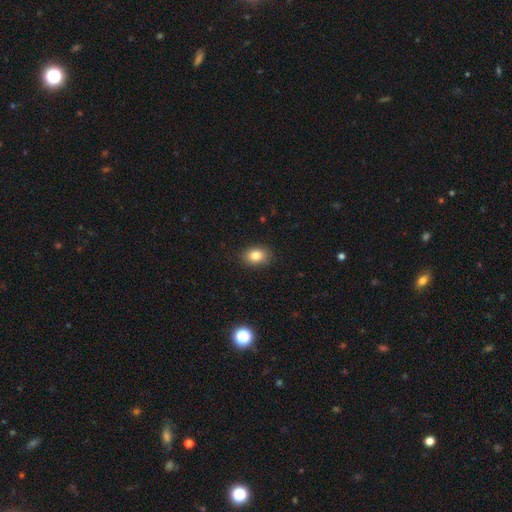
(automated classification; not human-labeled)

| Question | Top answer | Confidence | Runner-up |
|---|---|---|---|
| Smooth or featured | smooth | 83% | star or artifact (10%) |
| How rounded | in between | 70% | round (29%) |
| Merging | none | 88% | minor disturbance (9%) |